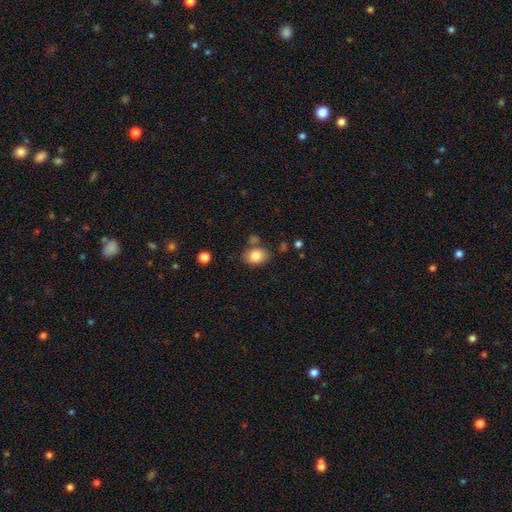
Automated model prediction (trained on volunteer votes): A smooth galaxy with no disk features (84%) that is in between round and cigar-shaped (68%).

Vote fractions:
- Smooth or featured? smooth: 84% / star or artifact: 8% / featured or disk: 7%
- How rounded? in between: 68% / round: 31% / cigar-shaped: 1%
- Merging? none: 72% / minor disturbance: 14% / merger: 9% / major disturbance: 4%